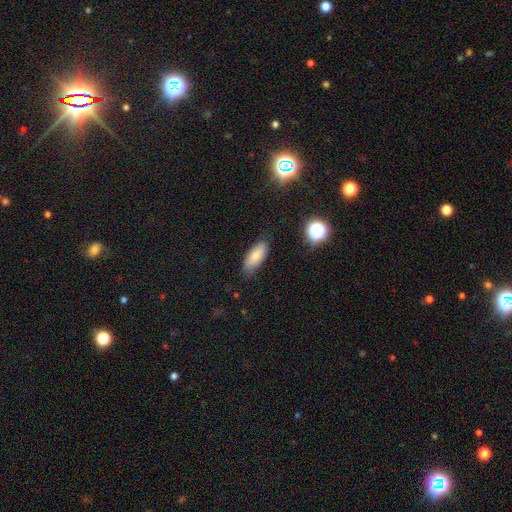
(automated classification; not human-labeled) This is clearly a smooth galaxy (81%). How rounded: likely in between (79%). Merging: clearly none (81%).